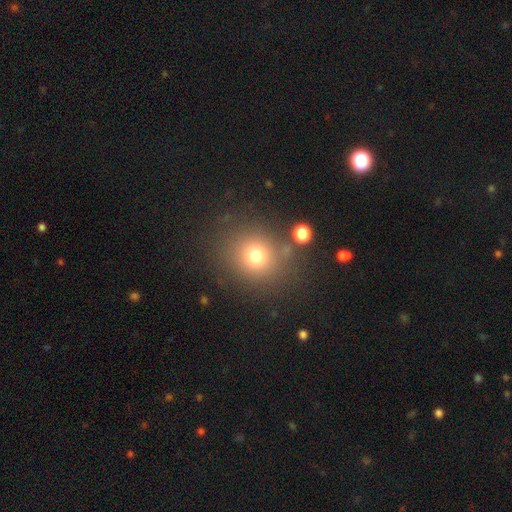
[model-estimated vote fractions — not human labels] A smooth galaxy with no disk features (74%) that is round (81%).

Vote fractions:
- Smooth or featured? smooth: 74% / star or artifact: 16% / featured or disk: 10%
- How rounded? round: 81% / in between: 18% / cigar-shaped: 1%
- Merging? none: 78% / minor disturbance: 11% / major disturbance: 6% / merger: 5%